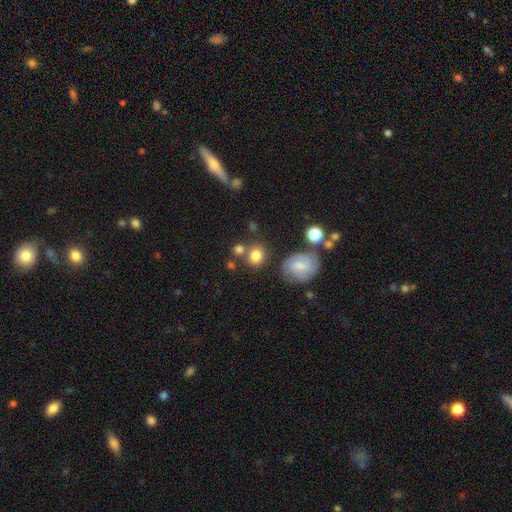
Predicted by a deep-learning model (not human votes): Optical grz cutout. It shows a smooth galaxy with no disk features (76%) that is round (71%). Merging: none (66%).